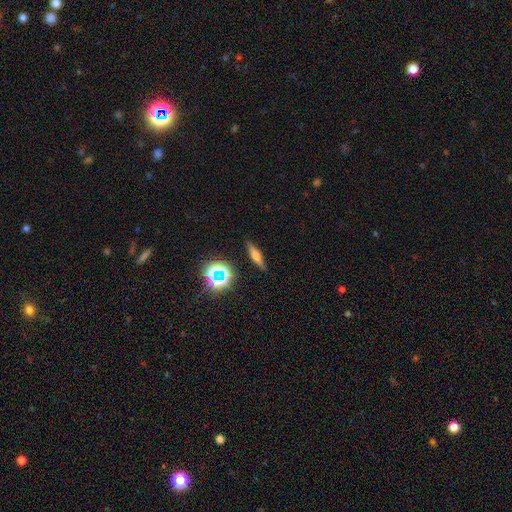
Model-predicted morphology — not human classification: Q: Smooth or featured?
A: smooth (43%); runner-up: featured or disk (41%)
Q: Merging?
A: none (87%); runner-up: minor disturbance (9%)